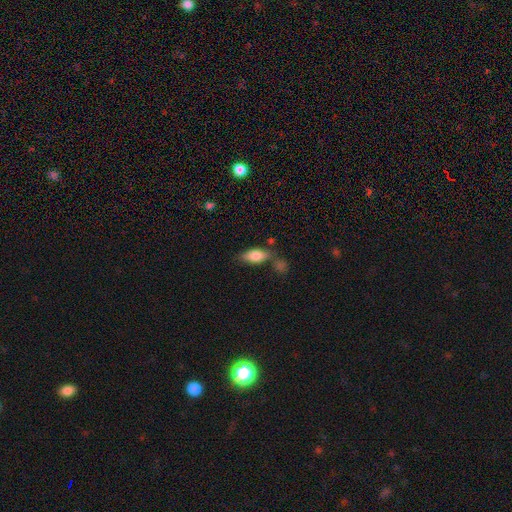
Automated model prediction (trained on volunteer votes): The model was most divided on "merging": none: 57%, minor disturbance: 19%, merger: 17%, major disturbance: 7%. More confident: how rounded — in between (81%); smooth or featured — smooth (78%).